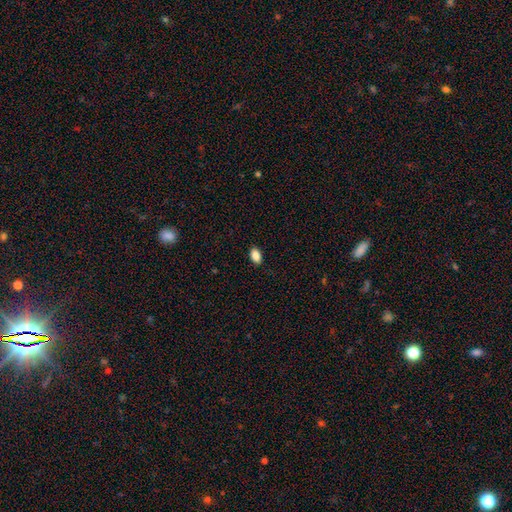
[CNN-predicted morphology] Smooth or featured? smooth (87%)
How rounded? in between (91%)
Merging? none (89%)